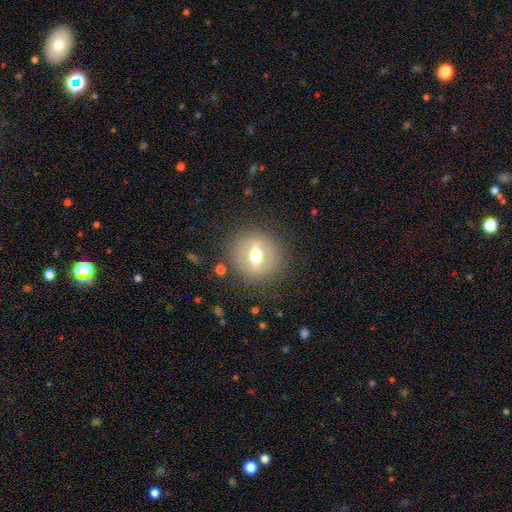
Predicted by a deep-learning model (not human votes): smooth-or-featured: featured or disk: 57% | smooth: 34% | star or artifact: 9%
  disk-edge-on: no: 70% | yes: 30%
  merging: none: 83% | minor disturbance: 10% | major disturbance: 5% | merger: 2%